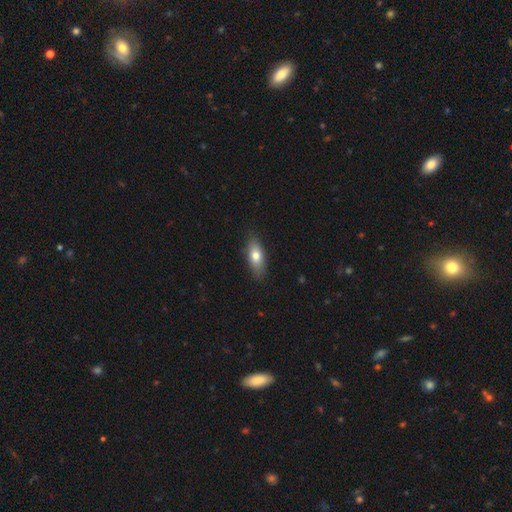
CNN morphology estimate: The model was most divided on "smooth or featured": smooth: 74%, featured or disk: 19%, star or artifact: 7%. More confident: merging — none (84%); how rounded — in between (77%).